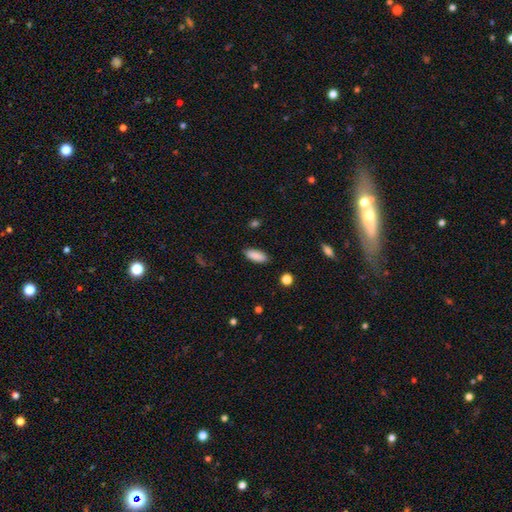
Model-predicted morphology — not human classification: Smooth or featured? Predicted: smooth (p=0.89). How rounded? Predicted: in between (p=0.77). Merging? Predicted: none (p=0.88).